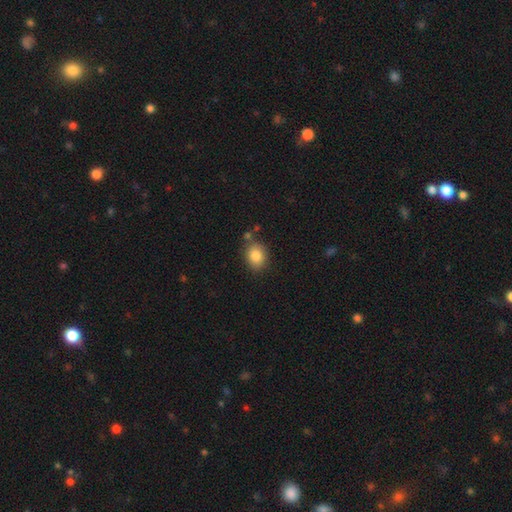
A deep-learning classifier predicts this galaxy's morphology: smooth-or-featured: smooth: 84% | star or artifact: 9% | featured or disk: 7%
  how-rounded: in between: 53% | round: 46% | cigar-shaped: 1%
  merging: none: 76% | minor disturbance: 14% | merger: 7% | major disturbance: 3%